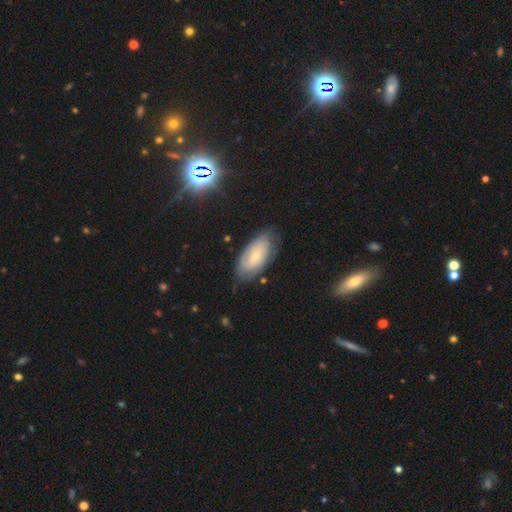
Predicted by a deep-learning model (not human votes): Smooth or featured?
  - featured or disk: 57% *
  - smooth: 36%
  - star or artifact: 8%
Edge-on disk?
  - no: 91% *
  - yes: 9%
Bar?
  - no: 78% *
  - weak: 18%
  - strong: 4%
Spiral arms?
  - yes: 76% *
  - no: 24%
Bulge size?
  - small: 75% *
  - moderate: 21%
  - none: 2%
  - large: 1%
  - dominant: 1%
Merging?
  - none: 69% *
  - minor disturbance: 23%
  - major disturbance: 6%
  - merger: 2%